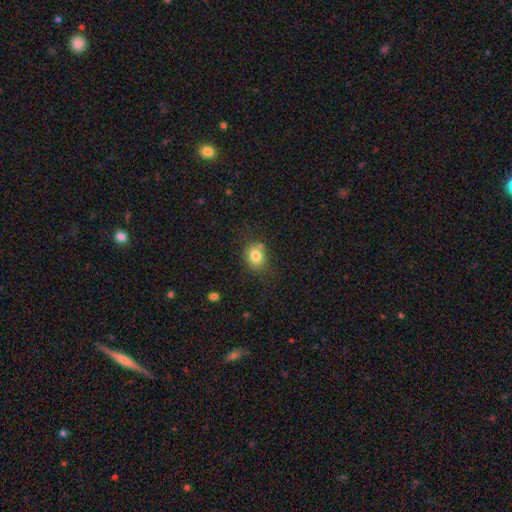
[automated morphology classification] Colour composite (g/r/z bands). It shows a smooth galaxy with no disk features (80%) that is round (62%). Merging: none (69%).